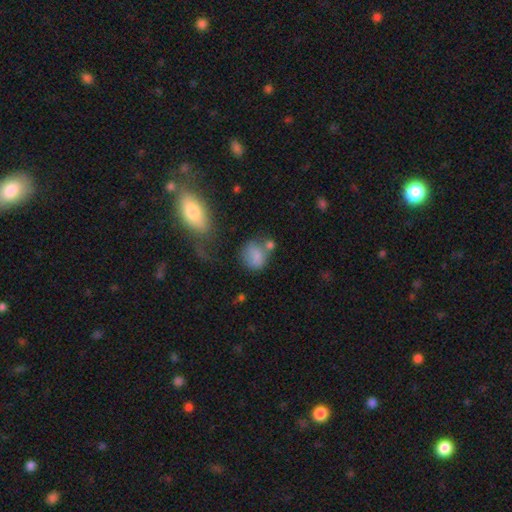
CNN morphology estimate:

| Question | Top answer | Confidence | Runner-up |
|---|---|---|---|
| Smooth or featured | smooth | 76% | featured or disk (14%) |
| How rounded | round | 64% | in between (35%) |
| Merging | none | 48% | minor disturbance (21%) |